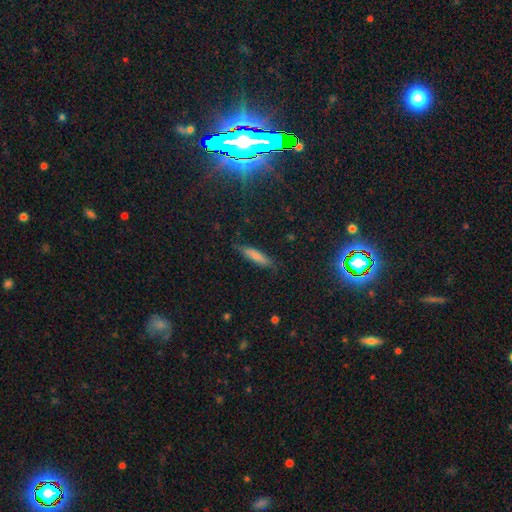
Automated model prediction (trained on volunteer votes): smooth-or-featured: smooth: 76% | featured or disk: 16% | star or artifact: 9%
  how-rounded: cigar-shaped: 75% | in between: 23% | round: 2%
  merging: none: 79% | minor disturbance: 17% | major disturbance: 3% | merger: 1%